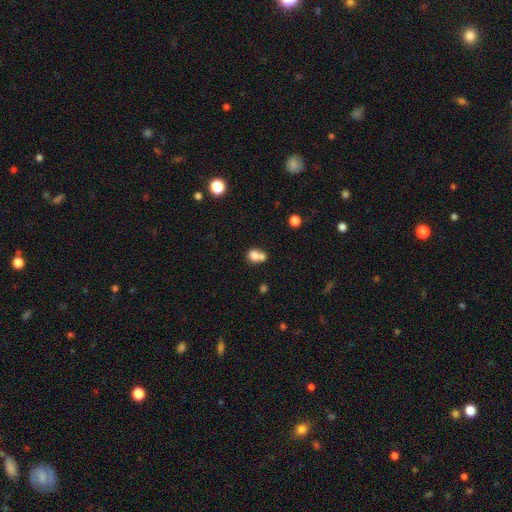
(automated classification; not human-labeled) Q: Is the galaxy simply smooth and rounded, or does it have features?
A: smooth — 76%.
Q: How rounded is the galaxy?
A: round — 58%.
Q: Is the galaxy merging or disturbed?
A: merger — 60%.